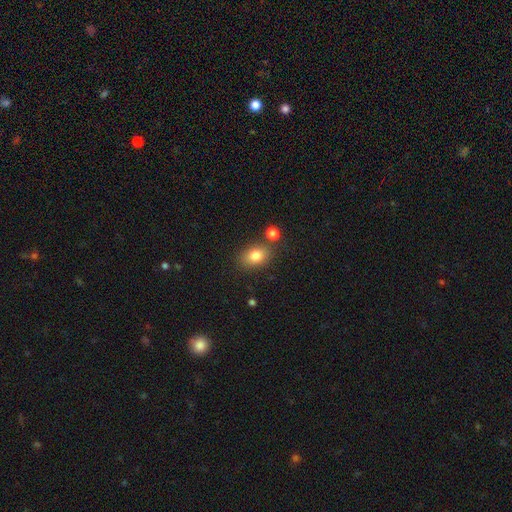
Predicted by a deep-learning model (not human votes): A smooth galaxy with no disk features (81%) that is in between round and cigar-shaped (76%).

Vote fractions:
- Smooth or featured? smooth: 81% / star or artifact: 10% / featured or disk: 9%
- How rounded? in between: 76% / round: 22% / cigar-shaped: 2%
- Merging? none: 74% / minor disturbance: 12% / merger: 10% / major disturbance: 4%